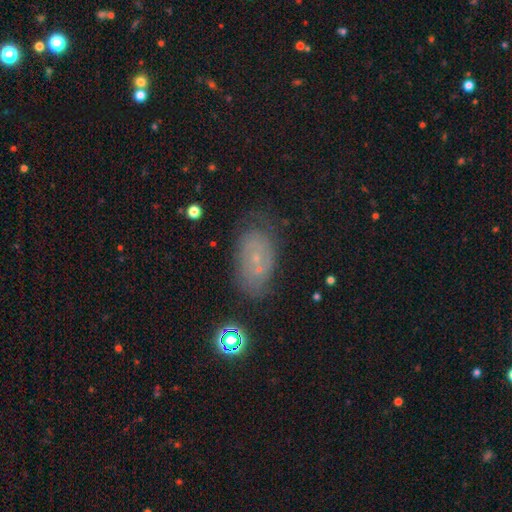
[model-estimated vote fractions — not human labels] smooth-or-featured: featured or disk: 42% | smooth: 35% | star or artifact: 23%
  merging: none: 64% | minor disturbance: 21% | major disturbance: 9% | merger: 6%